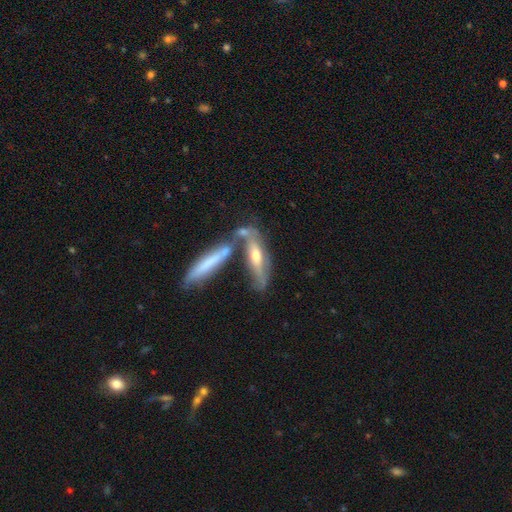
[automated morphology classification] featured or disk 55%, smooth 38%, star or artifact 7%. Down the decision tree: edge-on disk — yes (66%); merging — none (42%).